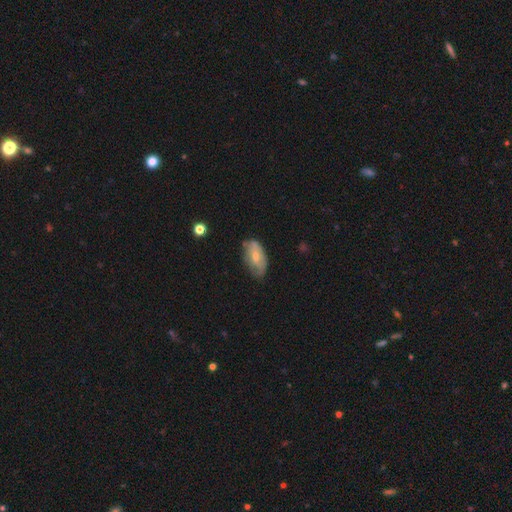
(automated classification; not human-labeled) This appears to be a smooth galaxy with no disk features (56%) that is in between round and cigar-shaped (92%). Merging: none (55%).